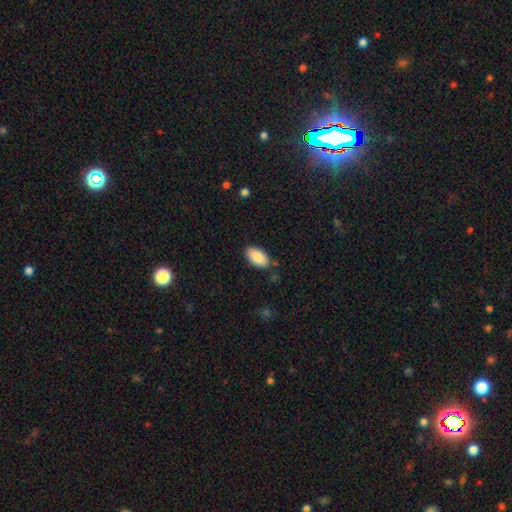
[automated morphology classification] Smooth or featured? smooth (87%)
How rounded? in between (95%)
Merging? none (82%)